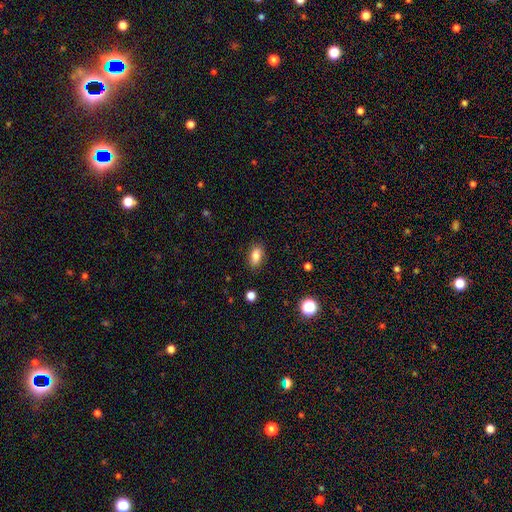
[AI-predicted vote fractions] smooth_or_featured: smooth (p=0.83) [alt: star or artifact p=0.10]
how_rounded: in between (p=0.86) [alt: round p=0.08]
merging: none (p=0.86) [alt: minor disturbance p=0.10]